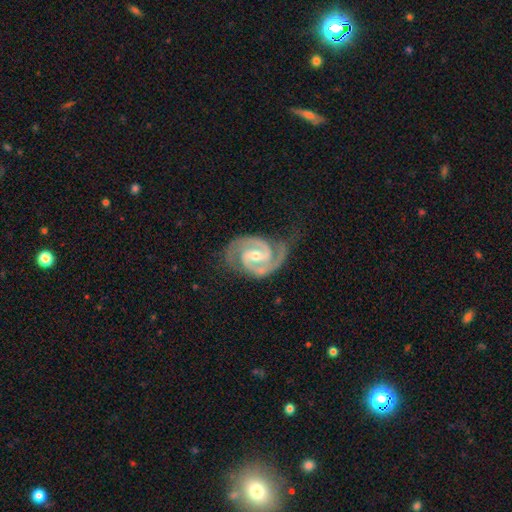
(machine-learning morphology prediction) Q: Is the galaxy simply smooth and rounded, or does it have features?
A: featured or disk — 94%.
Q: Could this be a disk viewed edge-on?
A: no — 98%.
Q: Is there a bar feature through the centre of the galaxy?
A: weak — 48%.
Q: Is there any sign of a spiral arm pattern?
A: yes — 99%.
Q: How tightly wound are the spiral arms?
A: tight — 48%.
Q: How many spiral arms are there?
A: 2 — 93%.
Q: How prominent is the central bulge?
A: moderate — 57%.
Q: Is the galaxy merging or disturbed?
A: none — 73%.